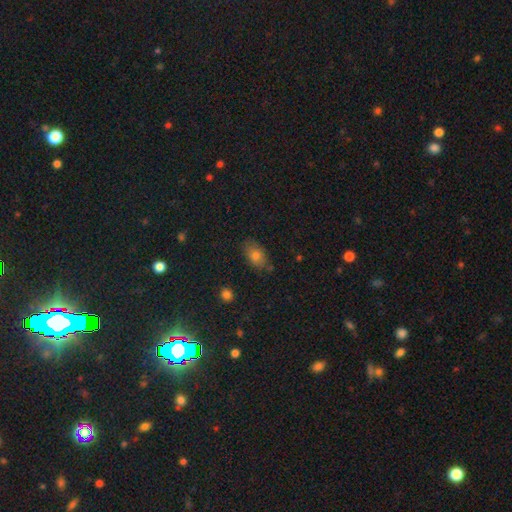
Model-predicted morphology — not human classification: Smooth or featured? Predicted: smooth (p=0.75). How rounded? Predicted: in between (p=0.86). Merging? Predicted: none (p=0.77).